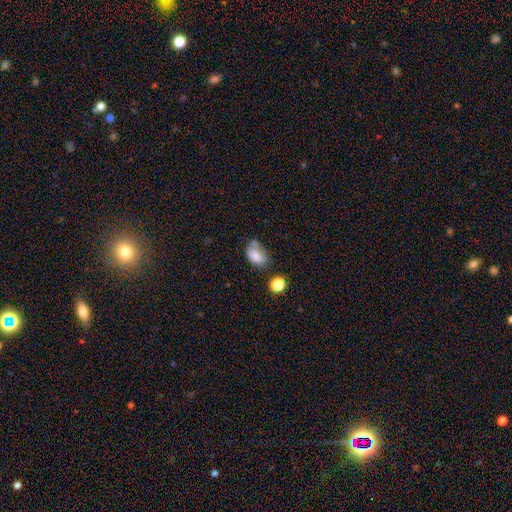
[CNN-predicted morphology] type=smooth (77%); roundness=in between (84%); merging=none (42%).